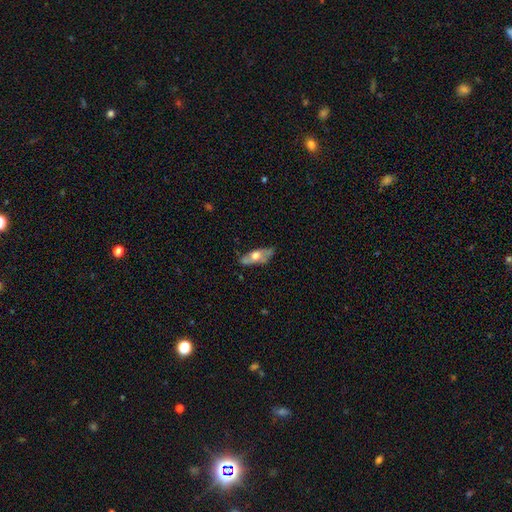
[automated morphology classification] Q: Smooth or featured?
A: smooth (48%); runner-up: featured or disk (45%)
Q: Merging?
A: none (66%); runner-up: minor disturbance (23%)